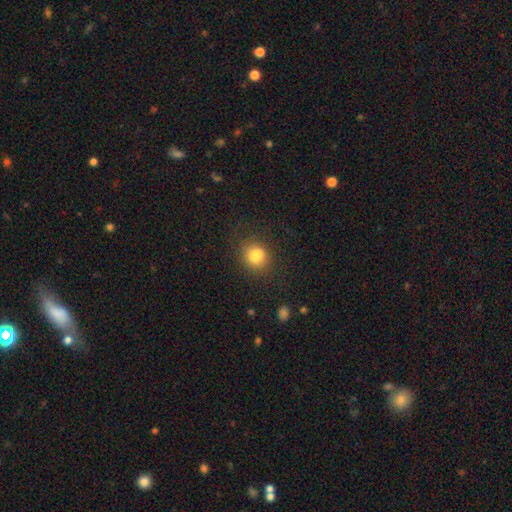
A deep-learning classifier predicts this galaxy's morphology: Overall: smooth (81%). How rounded: round (77%). Merging: none (73%).